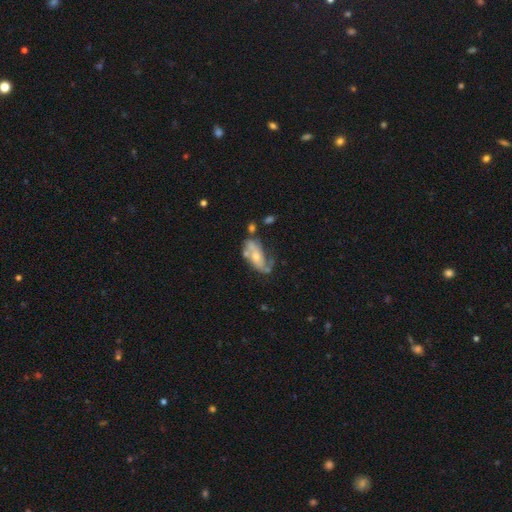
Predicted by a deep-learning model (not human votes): A featured or disk galaxy (60%) with no bar (69%), spiral arms (66%) and a moderate central bulge (55%). Merging: none (40%).